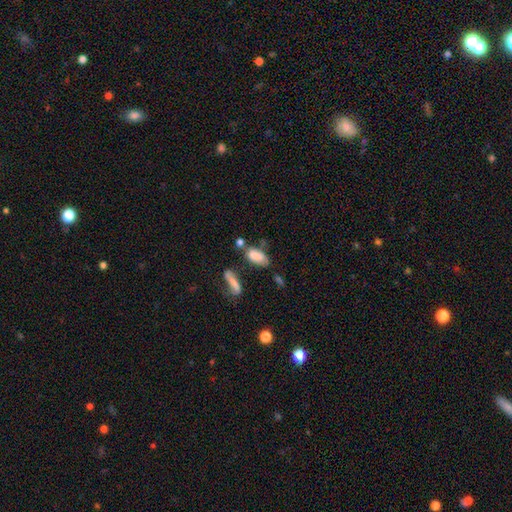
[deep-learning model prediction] Smooth or featured? Predicted: smooth (p=0.80). How rounded? Predicted: in between (p=0.86). Merging? Predicted: none (p=0.42).